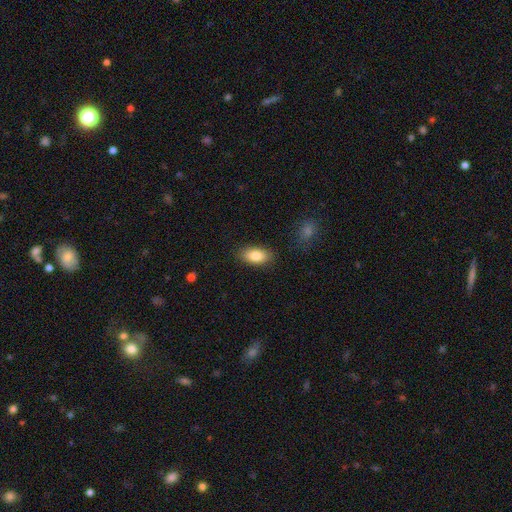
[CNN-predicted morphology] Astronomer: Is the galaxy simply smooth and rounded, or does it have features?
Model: smooth — 84%.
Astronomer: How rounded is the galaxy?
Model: in between — 91%.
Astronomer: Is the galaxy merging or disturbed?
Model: none — 86%.